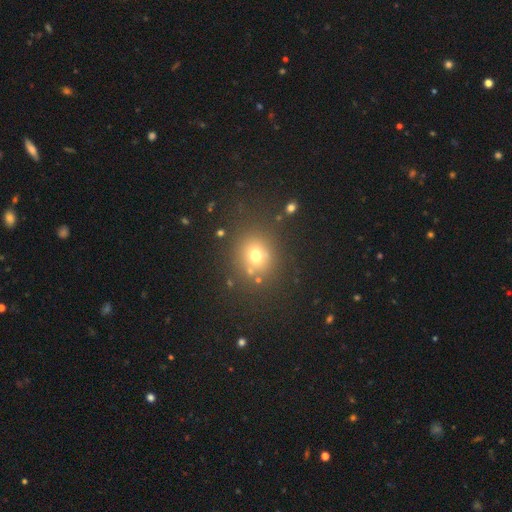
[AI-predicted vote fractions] smooth 69%, star or artifact 19%, featured or disk 12%. Down the decision tree: how rounded — round (79%); merging — none (77%).